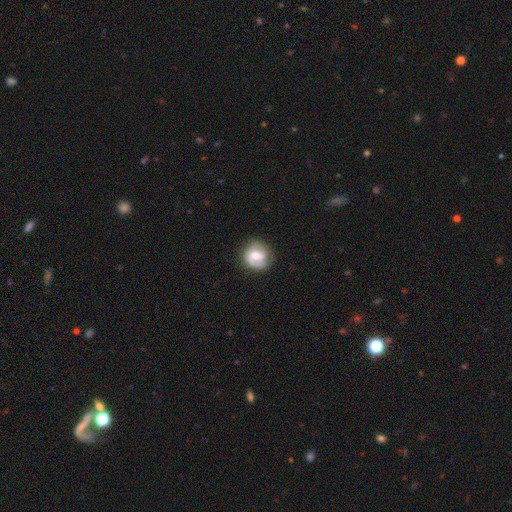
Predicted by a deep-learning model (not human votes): Smooth or featured? smooth (47%)
Merging? none (73%)